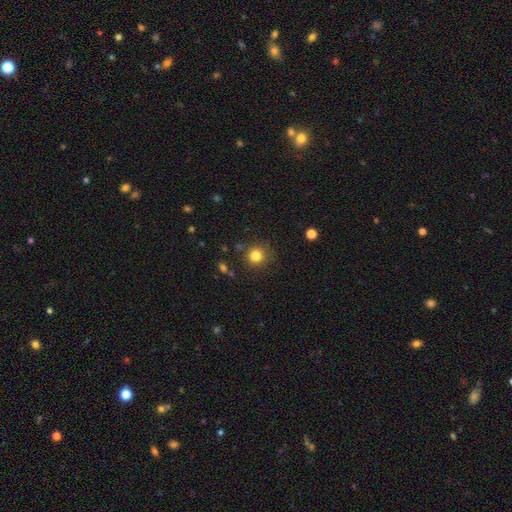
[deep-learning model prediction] smooth_or_featured: smooth (p=0.82) [alt: star or artifact p=0.13]
how_rounded: round (p=0.90) [alt: in between p=0.09]
merging: none (p=0.83) [alt: minor disturbance p=0.10]